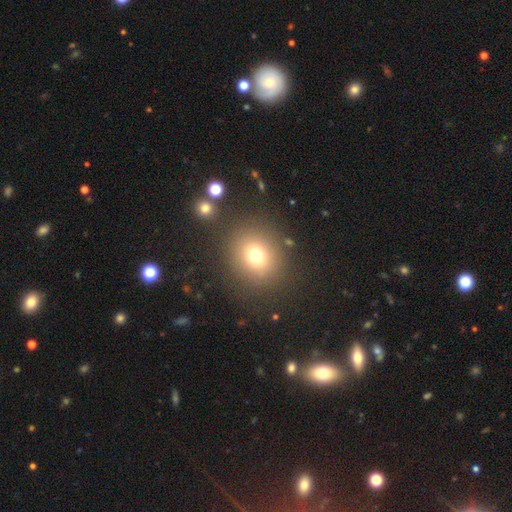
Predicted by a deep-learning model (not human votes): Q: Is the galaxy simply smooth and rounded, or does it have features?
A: smooth — 72%.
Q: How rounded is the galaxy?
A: round — 82%.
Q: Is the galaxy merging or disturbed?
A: none — 84%.